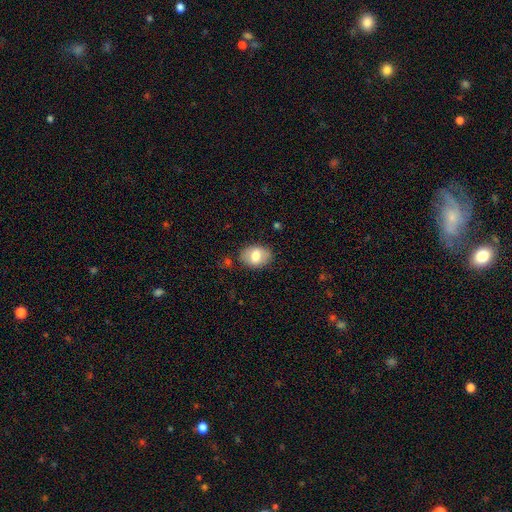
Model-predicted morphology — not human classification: smooth_or_featured: smooth (p=0.72) [alt: featured or disk p=0.20]
how_rounded: in between (p=0.76) [alt: round p=0.23]
merging: none (p=0.83) [alt: minor disturbance p=0.12]